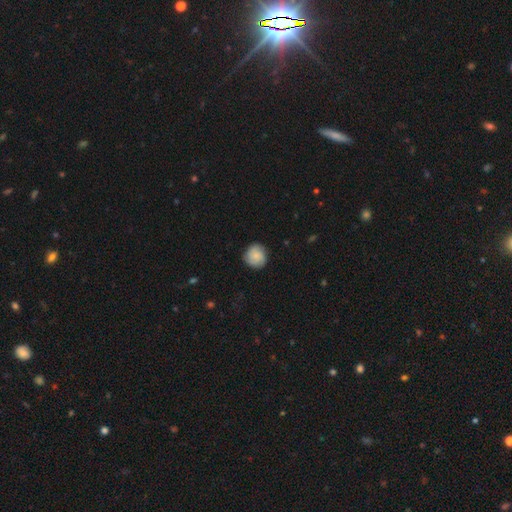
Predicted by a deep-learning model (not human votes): This appears to be a smooth galaxy with no disk features (74%) that is round (91%). Merging: none (84%).